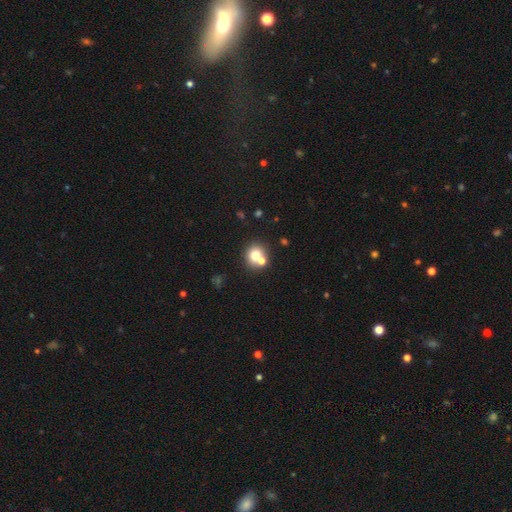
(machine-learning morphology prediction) Smooth or featured? Predicted: smooth (p=0.71). How rounded? Predicted: round (p=0.83). Merging? Predicted: none (p=0.53).